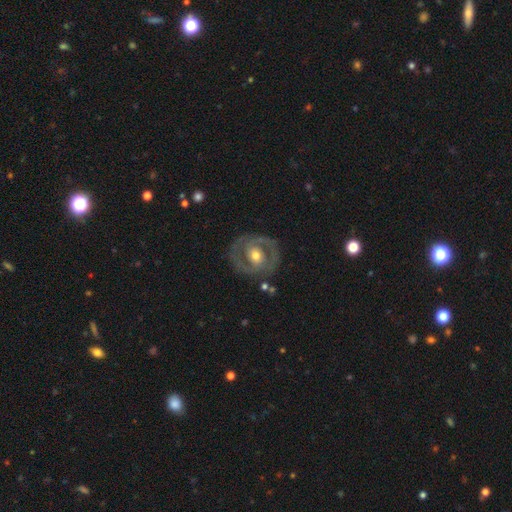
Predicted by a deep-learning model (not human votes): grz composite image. It shows a featured or disk galaxy (75%) with no bar (57%), spiral arms (66%) and a moderate central bulge (72%). Merging: none (78%).